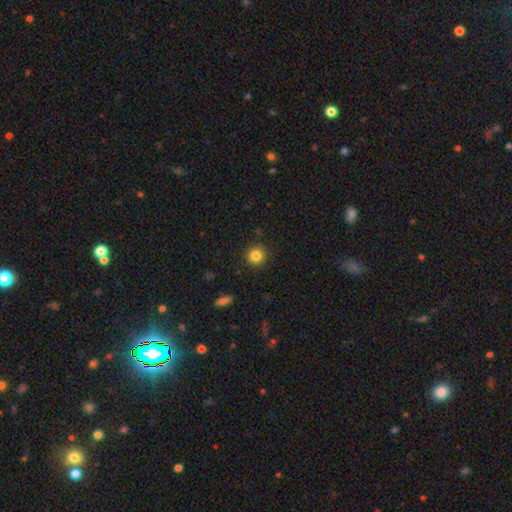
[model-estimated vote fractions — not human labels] smooth 83%, star or artifact 11%, featured or disk 5%. Down the decision tree: how rounded — round (92%); merging — none (90%).